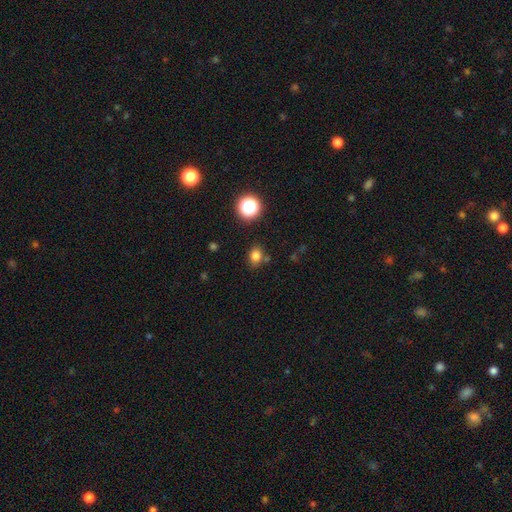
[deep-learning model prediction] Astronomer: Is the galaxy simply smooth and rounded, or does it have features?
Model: smooth — 79%.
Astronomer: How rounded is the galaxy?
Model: in between — 57% (runner-up: round, 42%).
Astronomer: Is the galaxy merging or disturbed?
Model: none — 77%.